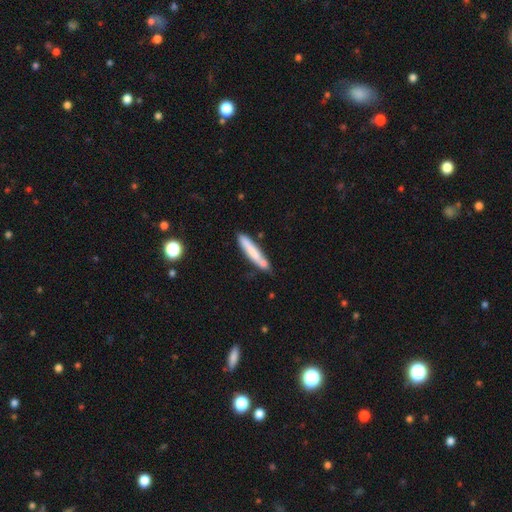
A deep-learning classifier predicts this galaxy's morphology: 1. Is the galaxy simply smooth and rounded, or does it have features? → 71% smooth, 23% featured or disk, 6% star or artifact.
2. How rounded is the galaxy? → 90% cigar-shaped, 9% in between, 1% round.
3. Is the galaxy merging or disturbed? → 61% none, 21% minor disturbance, 12% merger, 5% major disturbance.